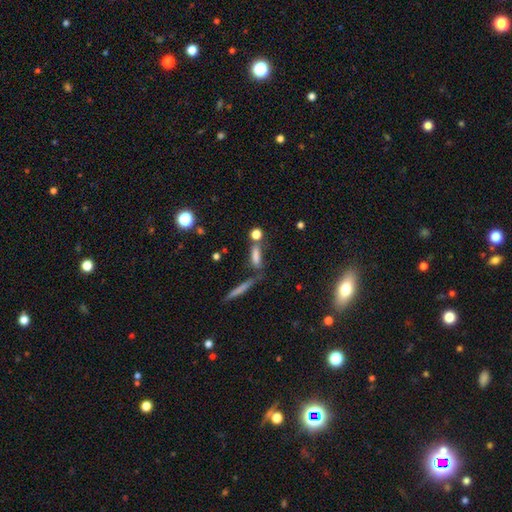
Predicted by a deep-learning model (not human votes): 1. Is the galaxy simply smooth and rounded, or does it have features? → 68% smooth, 18% featured or disk, 14% star or artifact.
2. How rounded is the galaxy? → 58% cigar-shaped, 34% in between, 8% round.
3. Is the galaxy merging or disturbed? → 53% none, 23% merger, 15% minor disturbance, 9% major disturbance.